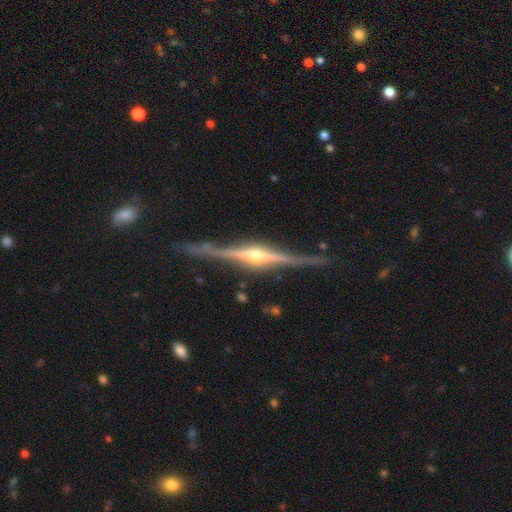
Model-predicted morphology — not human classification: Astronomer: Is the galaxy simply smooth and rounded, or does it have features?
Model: featured or disk — 91%.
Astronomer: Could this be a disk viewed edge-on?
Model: yes — 98%.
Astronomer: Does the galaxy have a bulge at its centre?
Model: rounded — 91%.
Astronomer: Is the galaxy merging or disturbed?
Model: none — 85%.